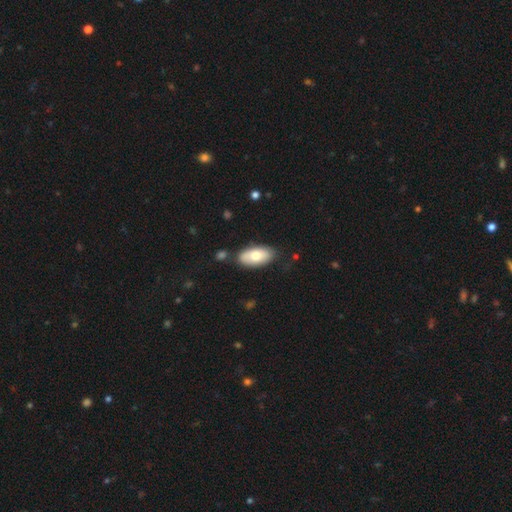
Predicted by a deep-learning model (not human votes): smooth-or-featured: smooth: 69% | featured or disk: 25% | star or artifact: 6%
  how-rounded: in between: 93% | cigar-shaped: 4% | round: 3%
  merging: none: 79% | minor disturbance: 13% | merger: 4% | major disturbance: 3%